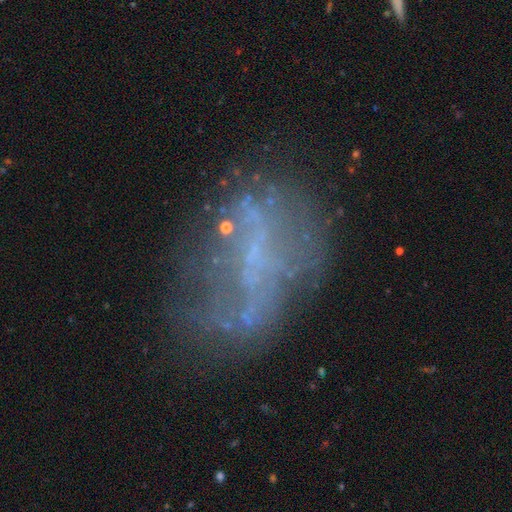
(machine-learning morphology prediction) smooth-or-featured: featured or disk: 59% | smooth: 22% | star or artifact: 19%
  disk-edge-on: no: 95% | yes: 5%
    bar: no: 65% | weak: 22% | strong: 13%
    has-spiral-arms: no: 79% | yes: 21%
    bulge-size: none: 65% | small: 27% | moderate: 6% | large: 1% | dominant: 1%
  merging: none: 49% | major disturbance: 25% | minor disturbance: 20% | merger: 6%